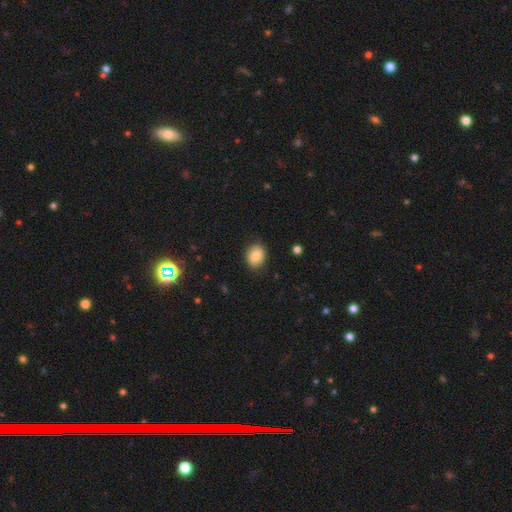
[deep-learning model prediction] Smooth or featured? smooth (82%)
How rounded? in between (51%)
Merging? none (85%)